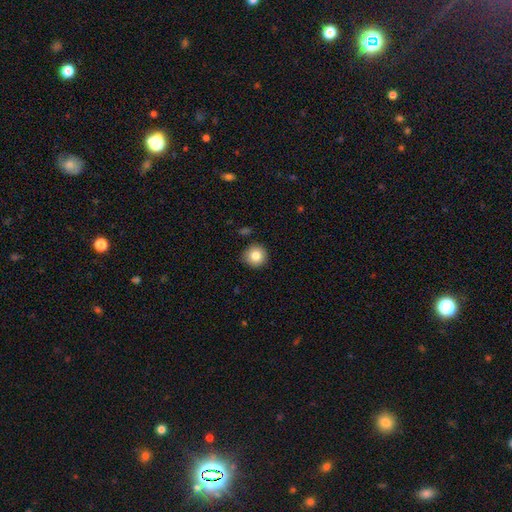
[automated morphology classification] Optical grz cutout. It shows a smooth galaxy with no disk features (82%) that is round (94%). Merging: none (88%).